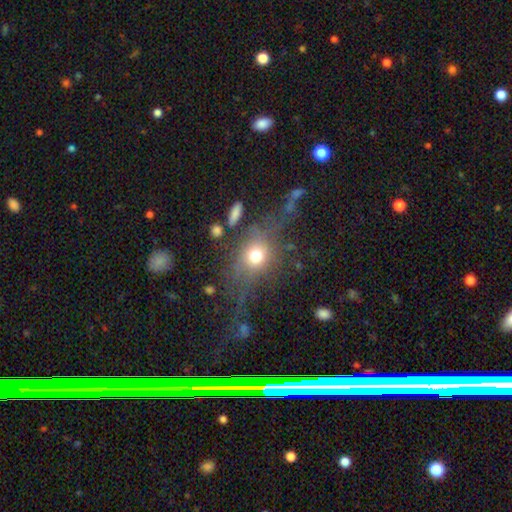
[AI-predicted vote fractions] A smooth galaxy with no disk features (63%) that is round (57%).

Vote fractions:
- Smooth or featured? smooth: 63% / featured or disk: 22% / star or artifact: 16%
- How rounded? round: 57% / in between: 39% / cigar-shaped: 4%
- Merging? none: 49% / major disturbance: 27% / minor disturbance: 17% / merger: 7%